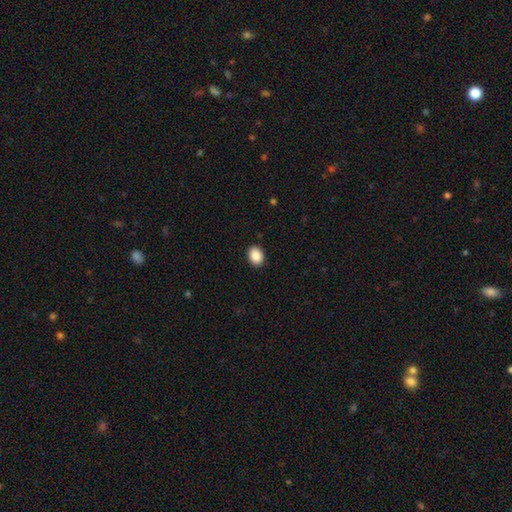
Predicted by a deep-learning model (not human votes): A smooth galaxy with no disk features (89%) that is in between round and cigar-shaped (66%). Merging: none (91%).